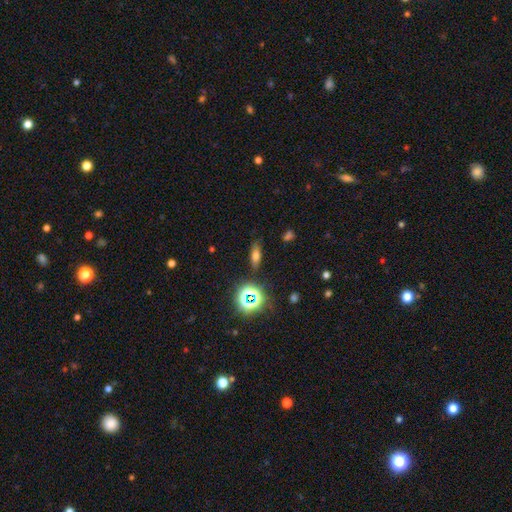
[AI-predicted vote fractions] The model was most divided on "how rounded": in between: 62%, cigar-shaped: 28%, round: 10%. More confident: merging — none (81%); smooth or featured — smooth (59%).